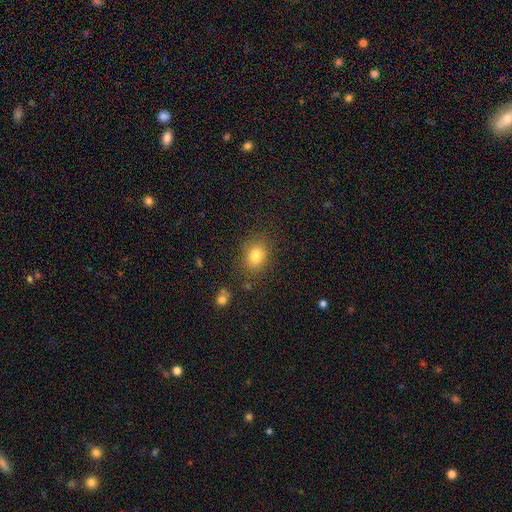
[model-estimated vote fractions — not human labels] smooth 80%, star or artifact 12%, featured or disk 8%. Down the decision tree: how rounded — in between (52%); merging — none (80%).